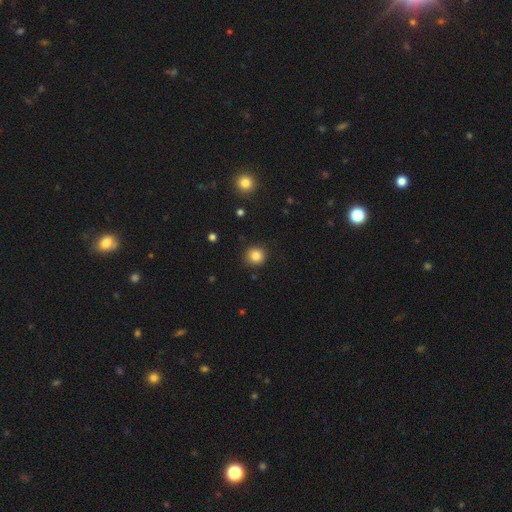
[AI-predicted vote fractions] Smooth or featured? smooth (84%)
How rounded? round (92%)
Merging? none (90%)